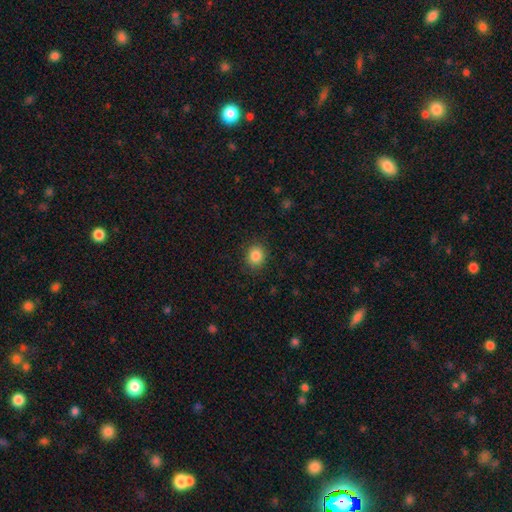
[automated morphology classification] Smooth or featured? smooth (85%)
How rounded? round (75%)
Merging? none (88%)